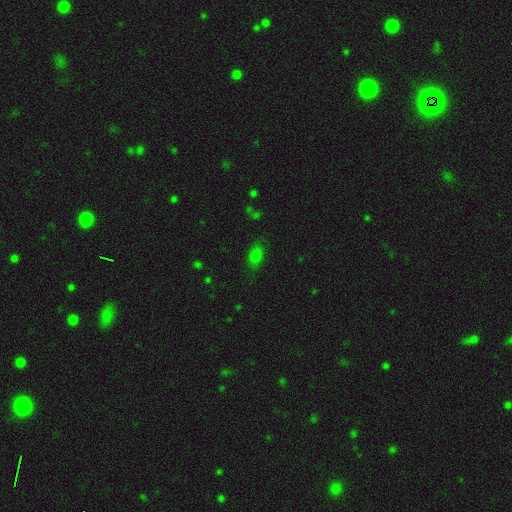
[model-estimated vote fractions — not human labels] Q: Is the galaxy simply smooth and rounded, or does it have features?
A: smooth — 75%.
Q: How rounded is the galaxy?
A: in between — 84%.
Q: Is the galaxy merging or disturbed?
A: none — 77%.